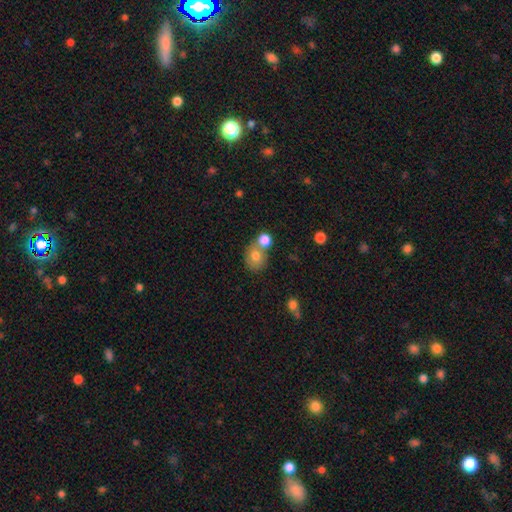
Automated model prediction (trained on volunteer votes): Overall: smooth (77%). How rounded: round (71%). Merging: merger (44%; none 43%).